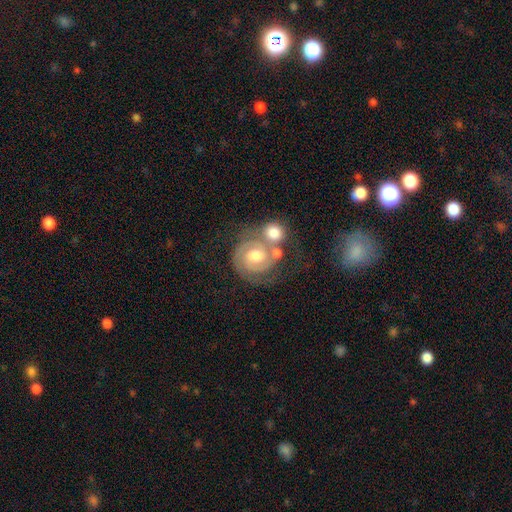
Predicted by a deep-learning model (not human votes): This appears to be a featured or disk galaxy (81%) with no bar (68%), 2 (77%) tight (70%) spiral arms (95%) and a moderate central bulge (67%). Merging: none (45%).